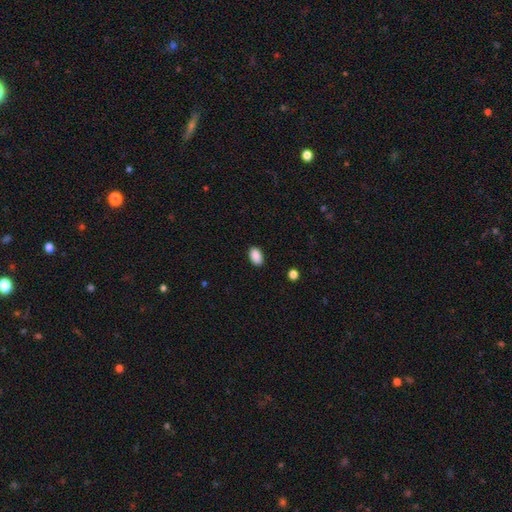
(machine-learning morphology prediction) type=smooth (89%); roundness=in between (91%); merging=none (89%).